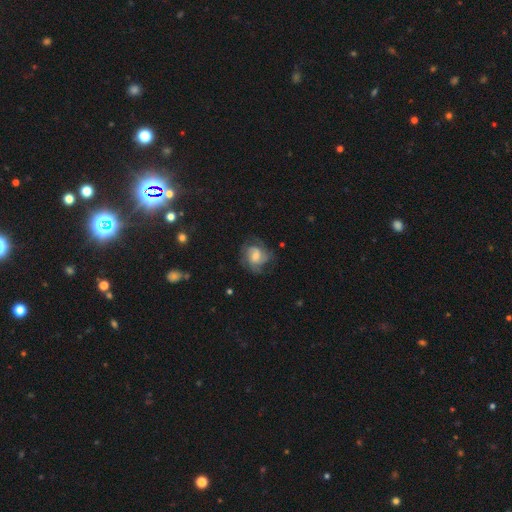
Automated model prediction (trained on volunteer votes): Smooth or featured?
  - featured or disk: 67% *
  - smooth: 25%
  - star or artifact: 8%
Edge-on disk?
  - no: 98% *
  - yes: 2%
Bar?
  - no: 47% *
  - weak: 44%
  - strong: 10%
Spiral arms?
  - yes: 89% *
  - no: 11%
Spiral winding?
  - medium: 44% *
  - tight: 39%
  - loose: 16%
Spiral arm count?
  - 2: 38% *
  - can't tell: 28%
  - 3: 21%
  - 4: 5%
  - 1: 5%
  - more than 4: 3%
Bulge size?
  - moderate: 48% *
  - small: 32%
  - large: 11%
  - none: 7%
  - dominant: 2%
Merging?
  - none: 63% *
  - minor disturbance: 21%
  - major disturbance: 14%
  - merger: 1%